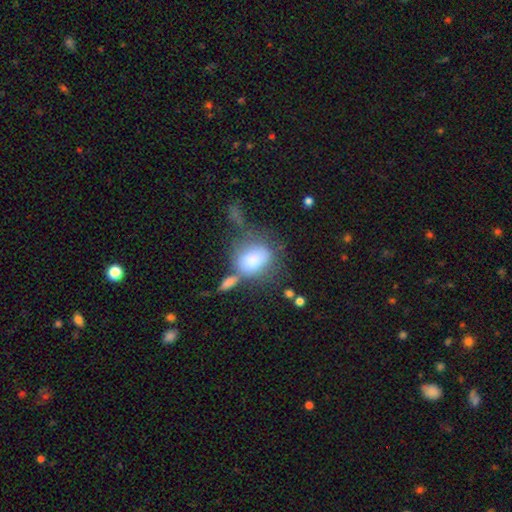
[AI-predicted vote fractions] This is likely a smooth galaxy (77%). How rounded: likely in between (61%). Merging: marginally none (30%).